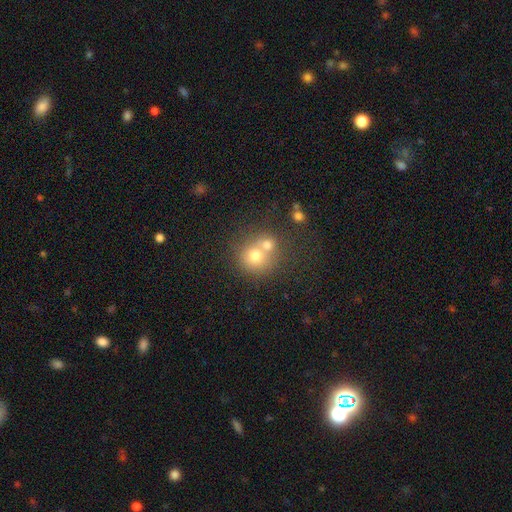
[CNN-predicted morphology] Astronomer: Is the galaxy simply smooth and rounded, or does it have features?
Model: smooth — 69%.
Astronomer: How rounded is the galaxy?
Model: round — 83%.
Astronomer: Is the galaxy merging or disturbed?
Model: merger — 55% (runner-up: none, 35%).